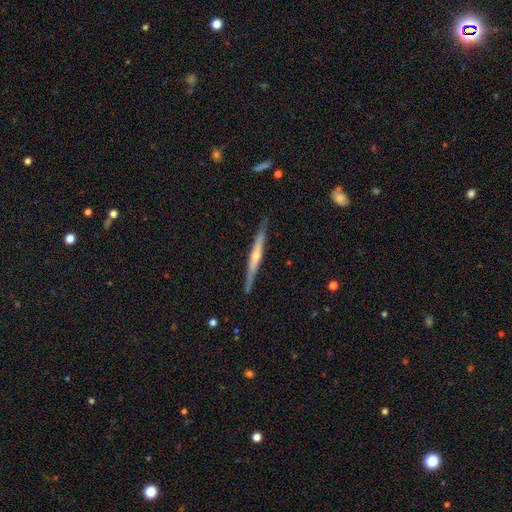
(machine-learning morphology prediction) A featured or disk galaxy (72%) viewed edge-on (97%) with a rounded central bulge (73%). Merging: none (87%).